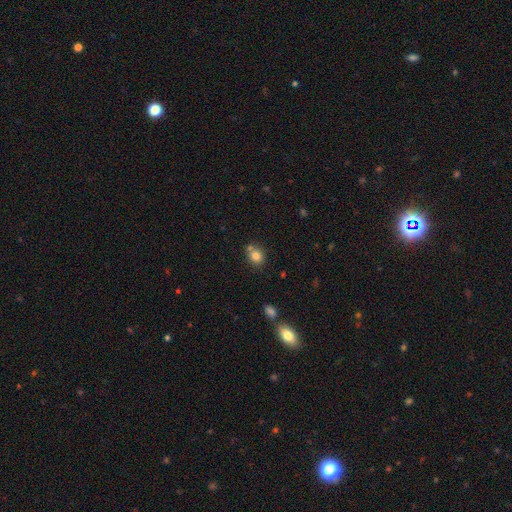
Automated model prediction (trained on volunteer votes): Morphology: type=smooth (80%); roundness=round (69%); merging=none (63%).